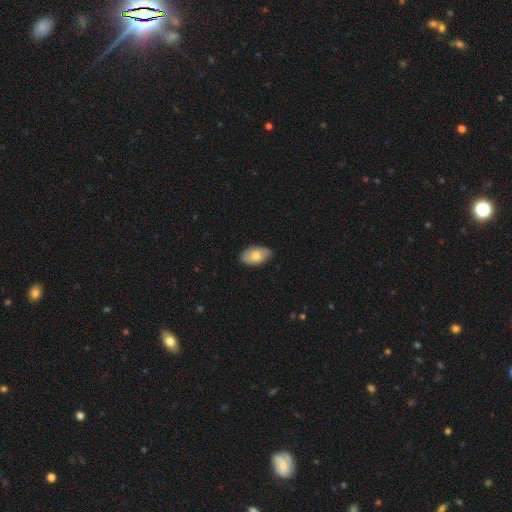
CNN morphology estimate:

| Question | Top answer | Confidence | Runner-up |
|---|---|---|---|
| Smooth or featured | smooth | 74% | featured or disk (20%) |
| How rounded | in between | 94% | round (4%) |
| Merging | none | 81% | minor disturbance (16%) |